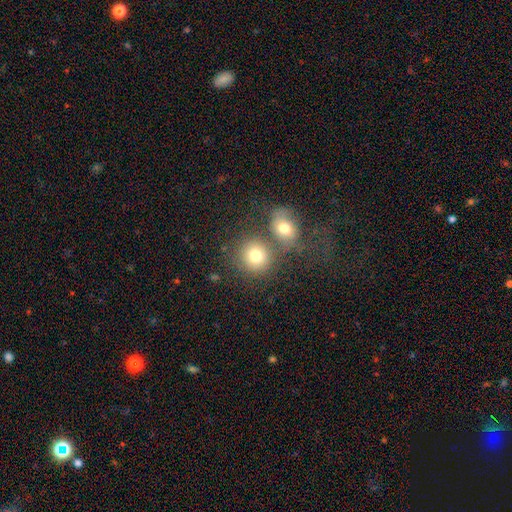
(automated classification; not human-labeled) Smooth or featured? Predicted: smooth (p=0.75). How rounded? Predicted: round (p=0.85). Merging? Predicted: none (p=0.57).